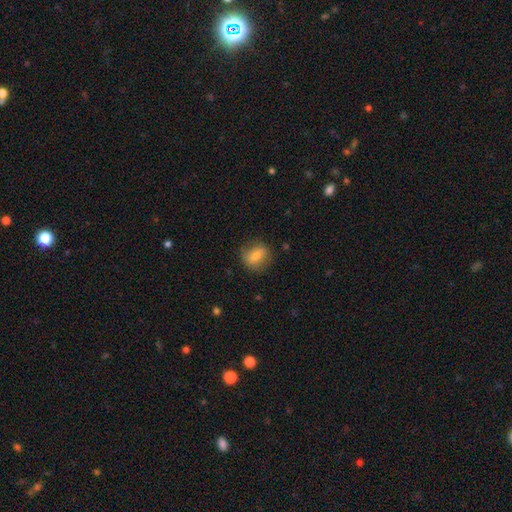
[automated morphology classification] smooth-or-featured: smooth: 71% | featured or disk: 21% | star or artifact: 8%
  how-rounded: round: 56% | in between: 41% | cigar-shaped: 3%
  merging: none: 78% | minor disturbance: 16% | major disturbance: 5% | merger: 1%